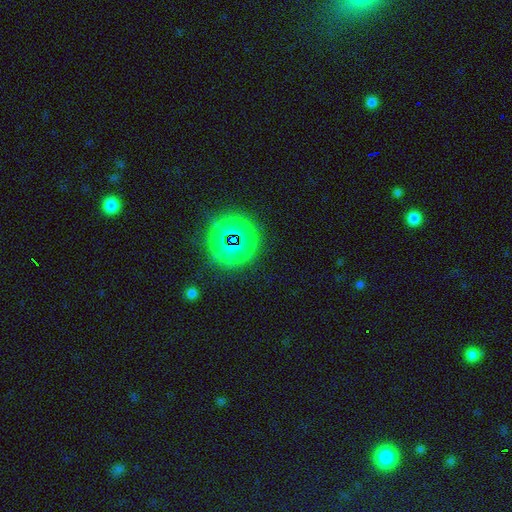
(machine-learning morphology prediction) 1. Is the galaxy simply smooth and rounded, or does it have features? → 78% star or artifact, 15% smooth, 7% featured or disk.